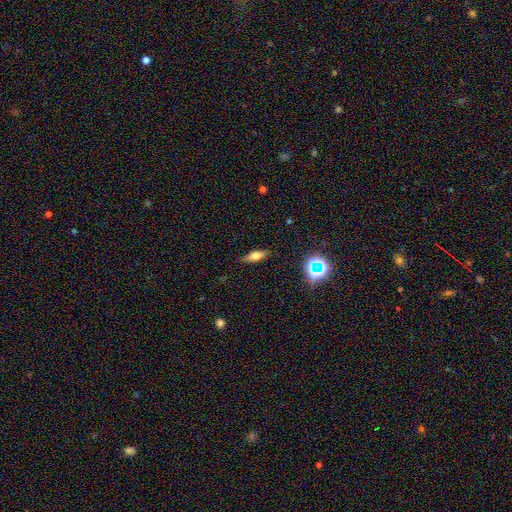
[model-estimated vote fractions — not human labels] Smooth or featured? Predicted: smooth (p=0.56). How rounded? Predicted: in between (p=0.51). Merging? Predicted: none (p=0.86).